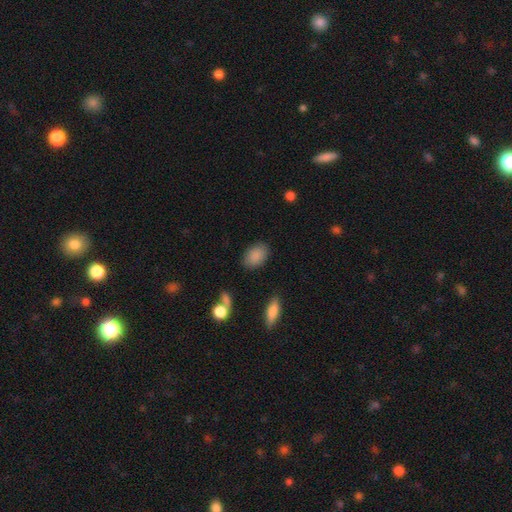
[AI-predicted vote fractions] This is clearly a smooth galaxy (88%). How rounded: clearly in between (84%). Merging: clearly none (85%).